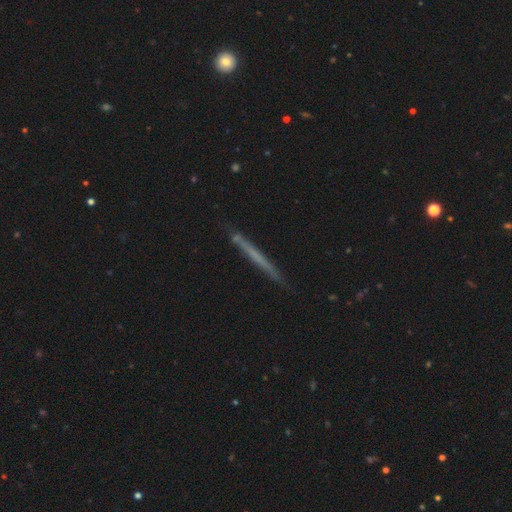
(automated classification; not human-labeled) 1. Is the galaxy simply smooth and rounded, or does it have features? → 49% featured or disk, 45% smooth, 7% star or artifact.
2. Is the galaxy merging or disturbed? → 86% none, 10% minor disturbance, 2% major disturbance, 2% merger.